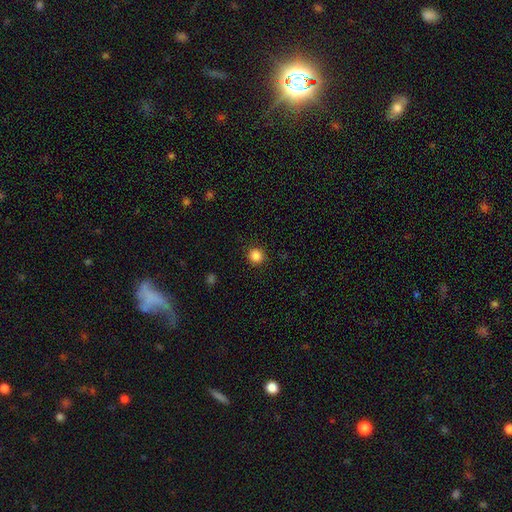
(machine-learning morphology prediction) smooth-or-featured: smooth: 86% | star or artifact: 11% | featured or disk: 3%
  how-rounded: round: 94% | in between: 5% | cigar-shaped: 1%
  merging: none: 91% | minor disturbance: 6% | major disturbance: 2% | merger: 1%